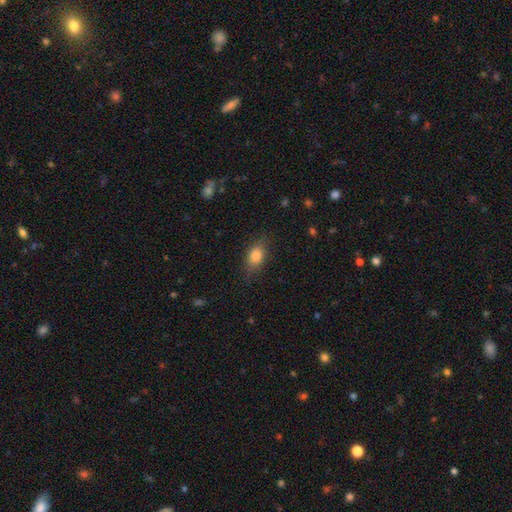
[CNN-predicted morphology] smooth_or_featured: smooth (p=0.81) [alt: featured or disk p=0.11]
how_rounded: in between (p=0.78) [alt: round p=0.17]
merging: none (p=0.77) [alt: minor disturbance p=0.17]